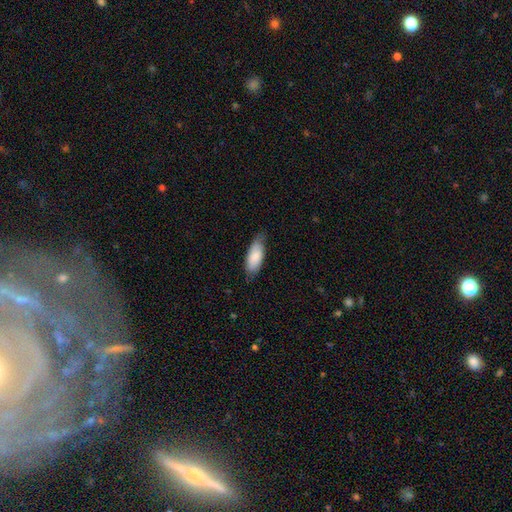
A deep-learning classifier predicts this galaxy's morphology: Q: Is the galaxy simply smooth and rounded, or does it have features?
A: smooth — 82%.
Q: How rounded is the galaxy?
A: in between — 81%.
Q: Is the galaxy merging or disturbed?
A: none — 67%.